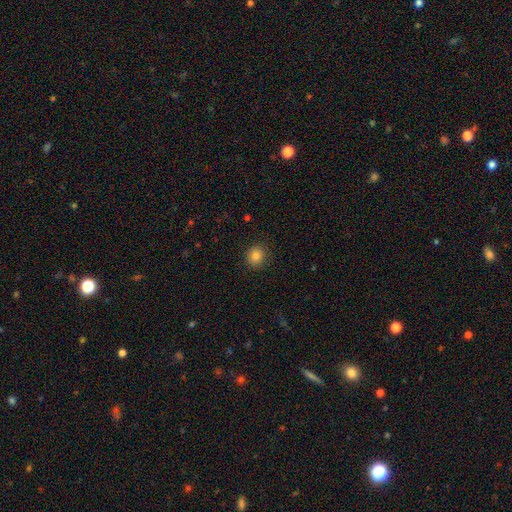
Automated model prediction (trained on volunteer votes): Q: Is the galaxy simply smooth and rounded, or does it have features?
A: smooth — 83%.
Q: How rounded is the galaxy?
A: round — 82%.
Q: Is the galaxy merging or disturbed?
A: none — 90%.